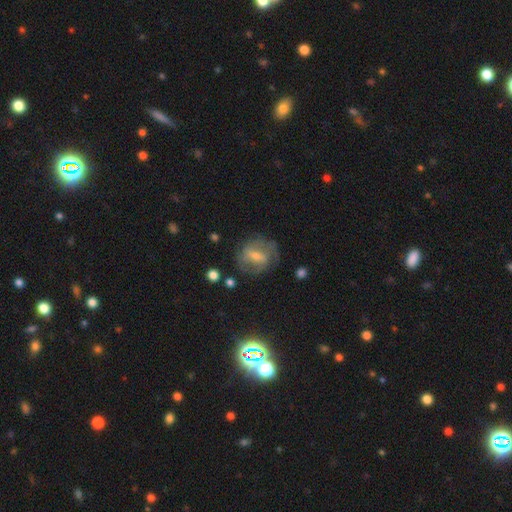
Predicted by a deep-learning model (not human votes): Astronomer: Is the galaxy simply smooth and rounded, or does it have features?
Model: featured or disk — 62%.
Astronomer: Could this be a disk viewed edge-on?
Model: no — 95%.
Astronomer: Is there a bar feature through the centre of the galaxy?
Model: weak — 48% (runner-up: strong, 30%).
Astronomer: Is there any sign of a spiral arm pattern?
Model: yes — 71%.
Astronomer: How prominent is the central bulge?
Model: small — 52% (runner-up: moderate, 36%).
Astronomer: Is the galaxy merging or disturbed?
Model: none — 65%.